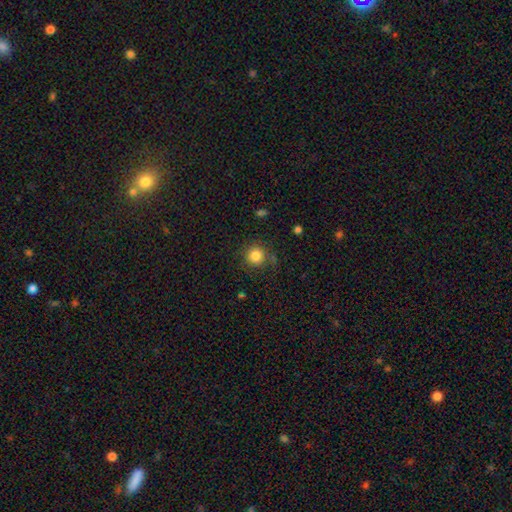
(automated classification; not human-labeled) A smooth galaxy with no disk features (84%) that is round (93%). Merging: none (78%).